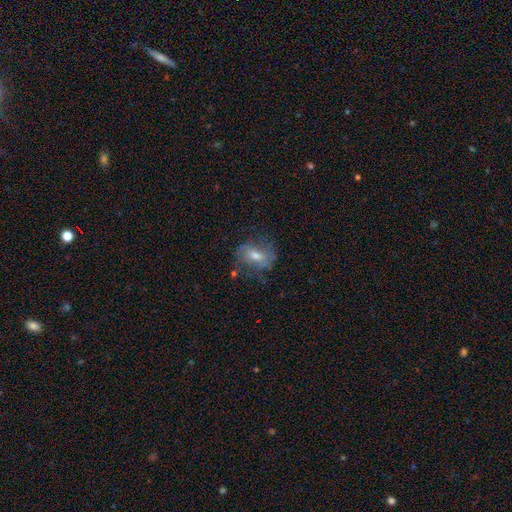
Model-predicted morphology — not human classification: This appears to be a featured or disk galaxy (52%). Merging: none (60%).